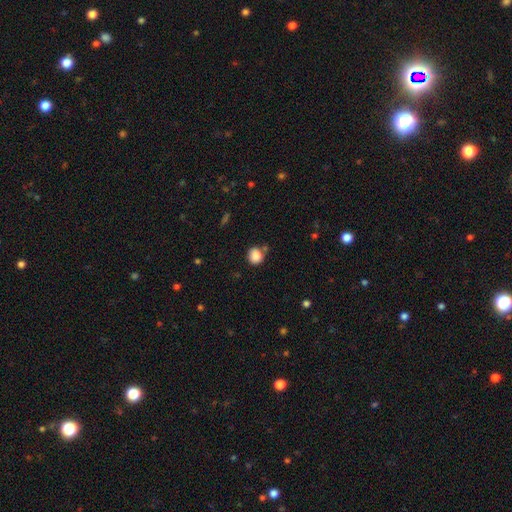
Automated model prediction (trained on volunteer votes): A smooth galaxy with no disk features (87%) that is round (81%). Merging: none (71%).